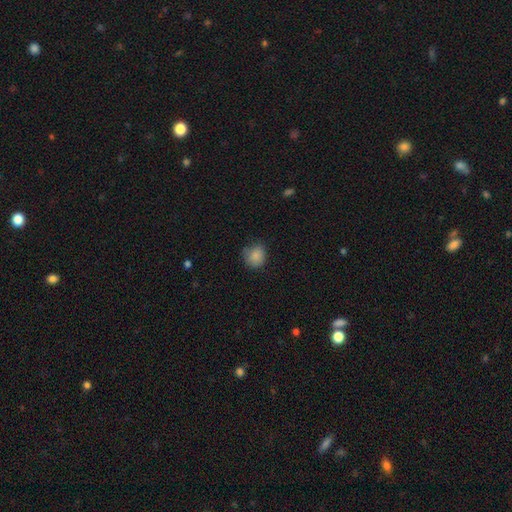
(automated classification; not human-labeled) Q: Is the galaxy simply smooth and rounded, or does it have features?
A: smooth — 85%.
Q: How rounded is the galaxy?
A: round — 78%.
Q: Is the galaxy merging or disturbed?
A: none — 67%.